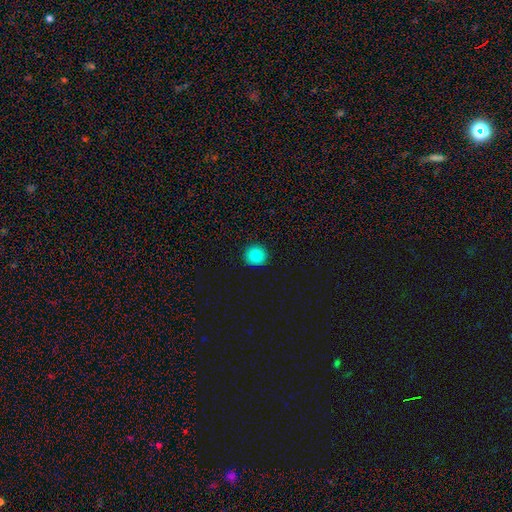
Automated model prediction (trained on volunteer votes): Smooth or featured? smooth (84%)
How rounded? round (94%)
Merging? none (93%)